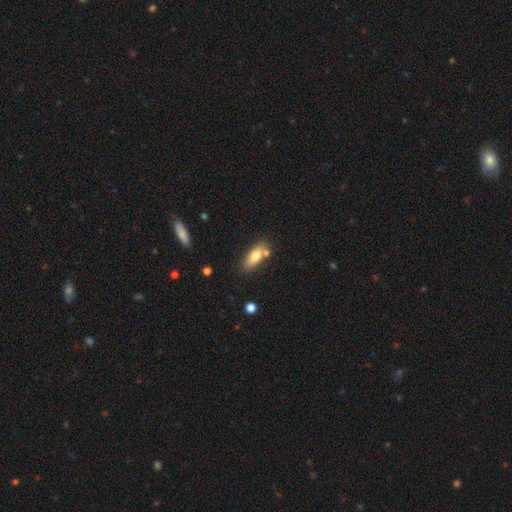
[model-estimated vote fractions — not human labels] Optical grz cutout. It shows a smooth galaxy with no disk features (76%) that is in between round and cigar-shaped (78%). Merging: none (69%).